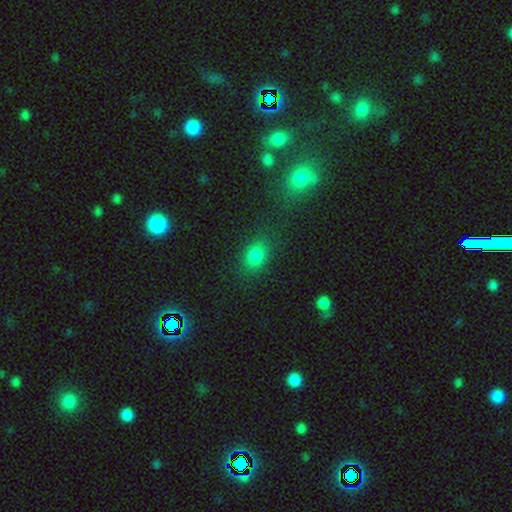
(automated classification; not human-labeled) Q: Smooth or featured?
A: smooth (81%); runner-up: star or artifact (14%)
Q: How rounded?
A: in between (73%); runner-up: round (24%)
Q: Merging?
A: none (79%); runner-up: minor disturbance (12%)